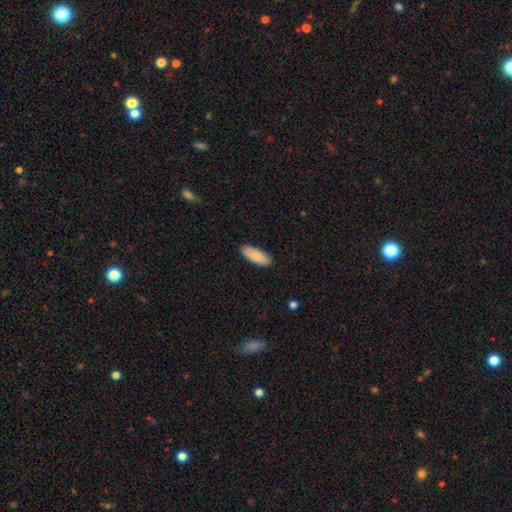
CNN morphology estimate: The model was most divided on "how rounded": in between: 77%, cigar-shaped: 22%, round: 2%. More confident: smooth or featured — smooth (90%); merging — none (89%).